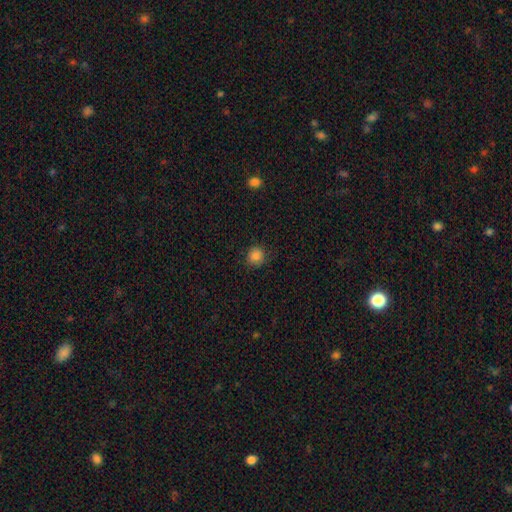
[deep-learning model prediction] A smooth galaxy with no disk features (85%) that is round (89%).

Vote fractions:
- Smooth or featured? smooth: 85% / star or artifact: 11% / featured or disk: 4%
- How rounded? round: 89% / in between: 10% / cigar-shaped: 1%
- Merging? none: 87% / minor disturbance: 10% / major disturbance: 3% / merger: 1%